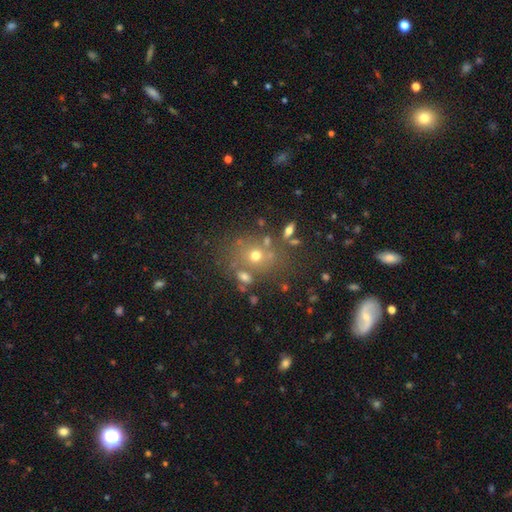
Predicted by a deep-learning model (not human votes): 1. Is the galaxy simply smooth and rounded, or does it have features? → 56% smooth, 23% star or artifact, 20% featured or disk.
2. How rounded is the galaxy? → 66% round, 33% in between, 1% cigar-shaped.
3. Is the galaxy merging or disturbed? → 63% none, 17% merger, 13% minor disturbance, 7% major disturbance.